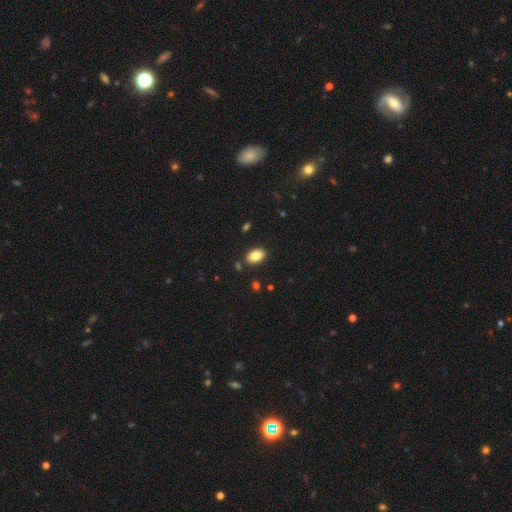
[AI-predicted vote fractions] Smooth or featured: smooth — 83% (featured or disk — 9%)
How rounded: in between — 89% (round — 10%)
Merging: none — 85% (minor disturbance — 9%)